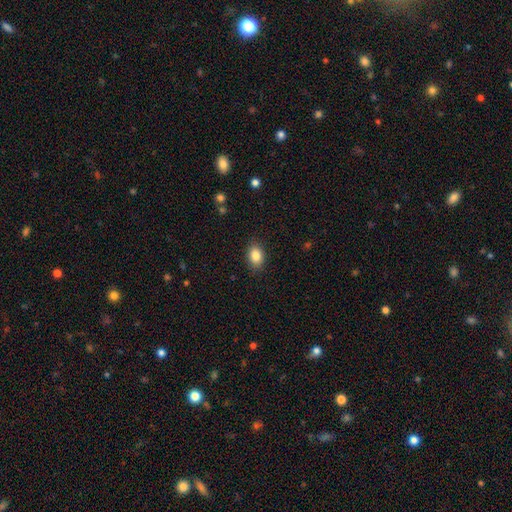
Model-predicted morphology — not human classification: This appears to be a smooth galaxy with no disk features (85%) that is in between round and cigar-shaped (77%). Merging: none (88%).